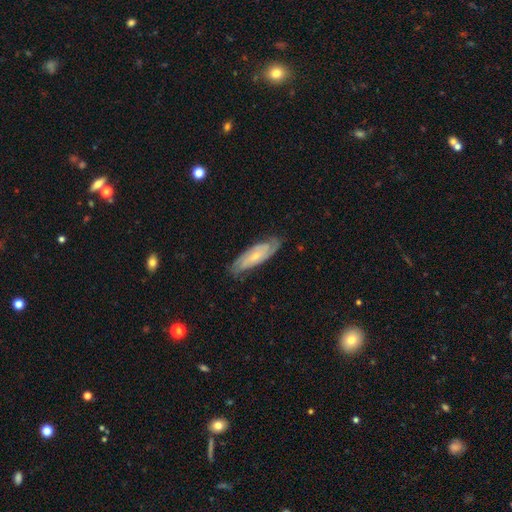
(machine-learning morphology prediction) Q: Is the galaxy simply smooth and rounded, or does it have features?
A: featured or disk — 71%.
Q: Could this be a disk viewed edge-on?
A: no — 83%.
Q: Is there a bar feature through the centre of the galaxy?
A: no — 63%.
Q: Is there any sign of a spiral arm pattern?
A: yes — 92%.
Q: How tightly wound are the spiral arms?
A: tight — 54%.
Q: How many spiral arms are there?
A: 2 — 50%.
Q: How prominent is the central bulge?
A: small — 66%.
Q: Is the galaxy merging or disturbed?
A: none — 76%.